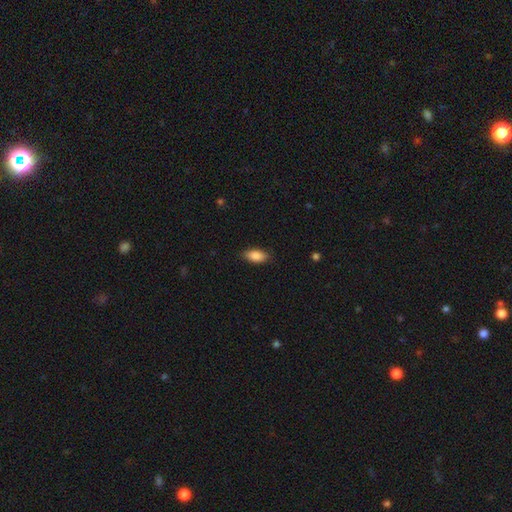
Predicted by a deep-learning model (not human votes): This is clearly a smooth galaxy (87%). How rounded: clearly in between (88%). Merging: clearly none (85%).